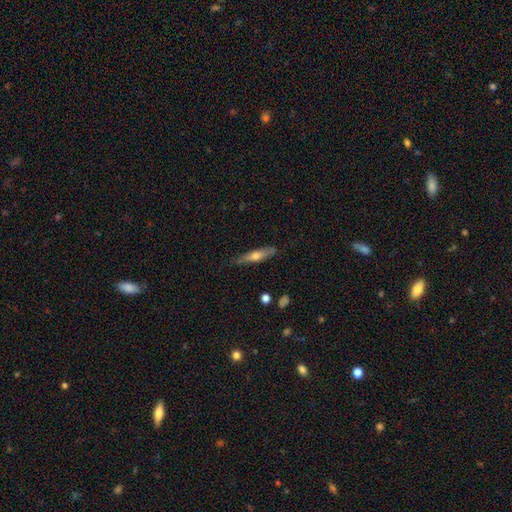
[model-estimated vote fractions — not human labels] featured or disk 47%, smooth 46%, star or artifact 6%. Down the decision tree: merging — none (75%).